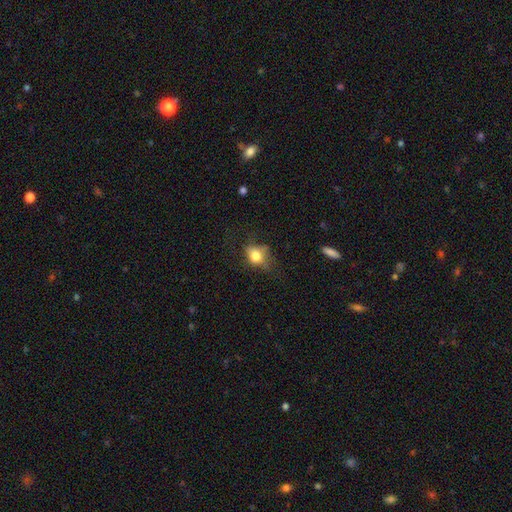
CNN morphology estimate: A smooth galaxy with no disk features (76%) that is round (50%). Merging: none (50%).